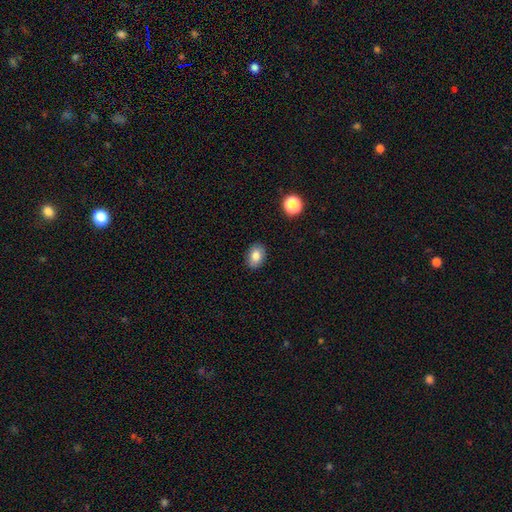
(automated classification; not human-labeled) Smooth or featured: smooth — 82% (star or artifact — 9%)
How rounded: in between — 75% (round — 23%)
Merging: none — 87% (minor disturbance — 9%)